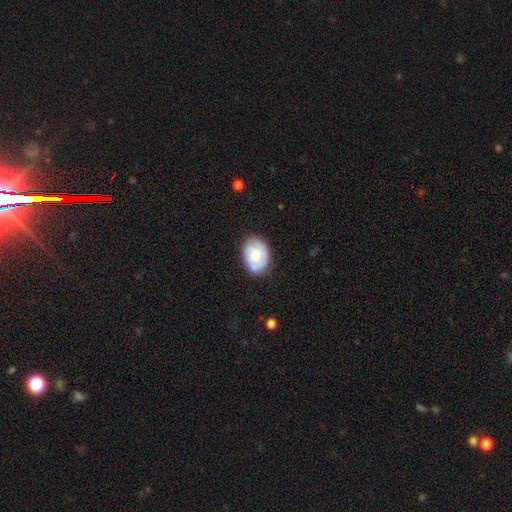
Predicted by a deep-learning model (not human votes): Q: Smooth or featured?
A: smooth (64%); runner-up: featured or disk (30%)
Q: How rounded?
A: in between (74%); runner-up: round (25%)
Q: Merging?
A: none (74%); runner-up: minor disturbance (20%)